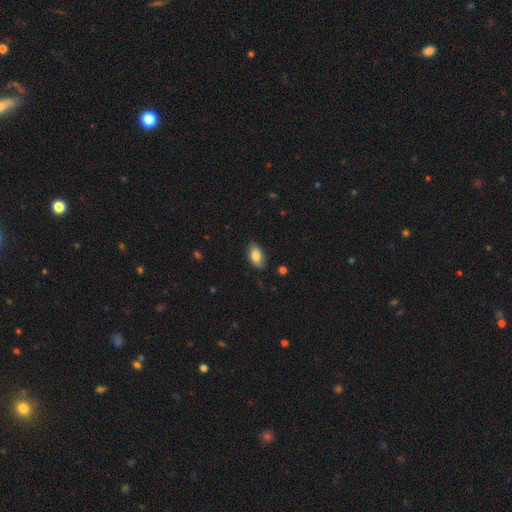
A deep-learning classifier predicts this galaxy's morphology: This is clearly a smooth galaxy (84%). How rounded: clearly in between (92%). Merging: clearly none (82%).